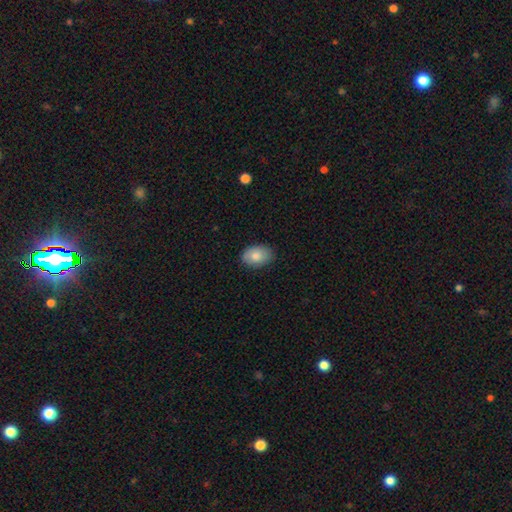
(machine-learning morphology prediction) A smooth galaxy with no disk features (83%) that is in between round and cigar-shaped (85%).

Vote fractions:
- Smooth or featured? smooth: 83% / featured or disk: 10% / star or artifact: 7%
- How rounded? in between: 85% / round: 14% / cigar-shaped: 1%
- Merging? none: 84% / minor disturbance: 12% / major disturbance: 2% / merger: 1%